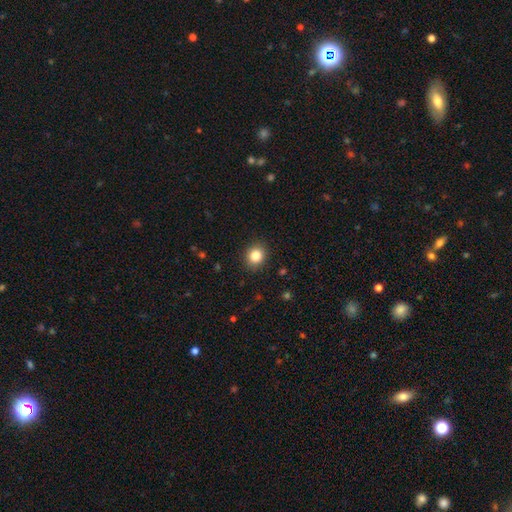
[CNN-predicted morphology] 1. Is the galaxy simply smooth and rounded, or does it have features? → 84% smooth, 11% star or artifact, 5% featured or disk.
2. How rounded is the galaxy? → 72% round, 27% in between, 1% cigar-shaped.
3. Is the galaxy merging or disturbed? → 90% none, 7% minor disturbance, 2% major disturbance, 1% merger.